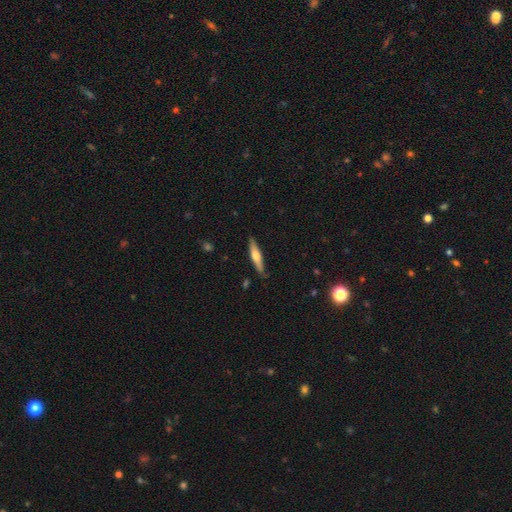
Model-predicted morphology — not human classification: Smooth or featured? Predicted: smooth (p=0.49). Merging? Predicted: none (p=0.82).